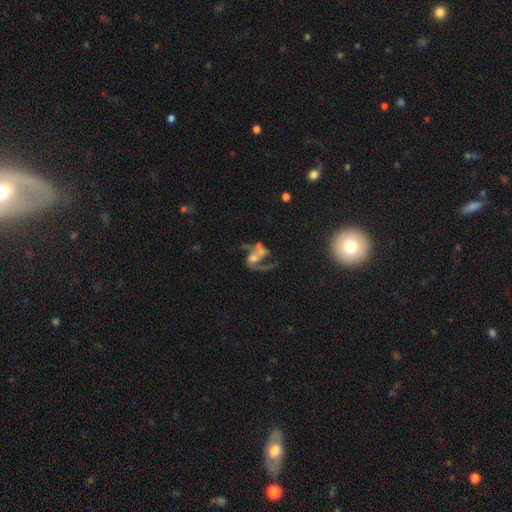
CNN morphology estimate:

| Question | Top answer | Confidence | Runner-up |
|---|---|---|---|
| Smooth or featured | featured or disk | 74% | smooth (15%) |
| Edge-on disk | no | 97% | yes (3%) |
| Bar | no | 61% | weak (28%) |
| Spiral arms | yes | 82% | no (18%) |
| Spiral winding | loose | 67% | medium (27%) |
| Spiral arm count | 2 | 74% | 1 (17%) |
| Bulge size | moderate | 43% | small (24%) |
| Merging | none | 32% | merger (29%) |